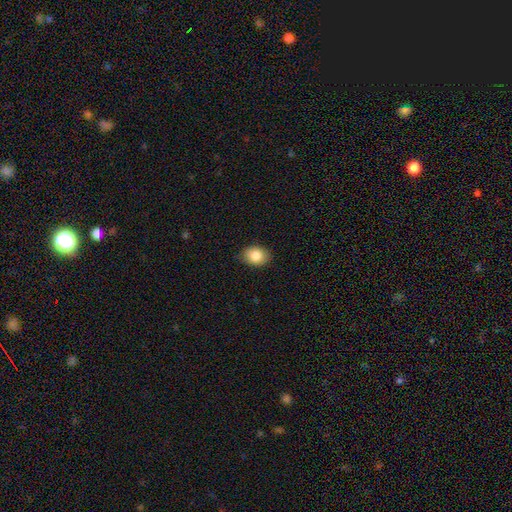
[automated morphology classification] smooth 85%, star or artifact 8%, featured or disk 7%. Down the decision tree: how rounded — in between (63%); merging — none (85%).